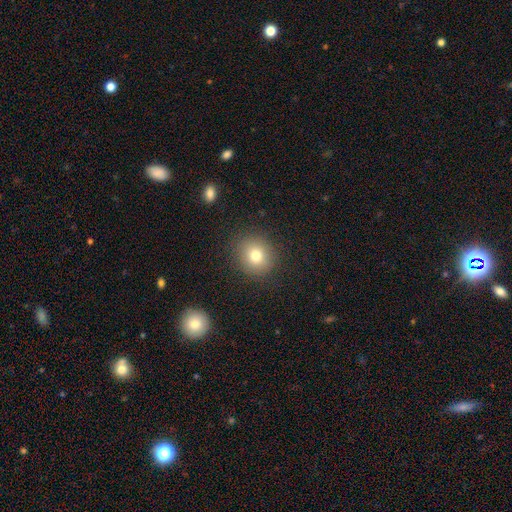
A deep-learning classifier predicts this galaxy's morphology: This appears to be a smooth galaxy with no disk features (77%) that is round (85%). Merging: none (88%).